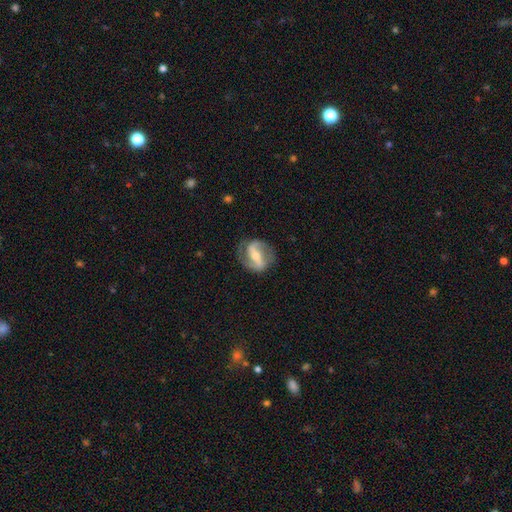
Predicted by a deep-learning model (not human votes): Morphology: type=featured or disk (82%); edge-on=no (95%); bar=strong (64%); spiral arms=yes (88%); winding=medium (45%); arm count=2 (88%); bulge=moderate (51%); merging=none (77%).